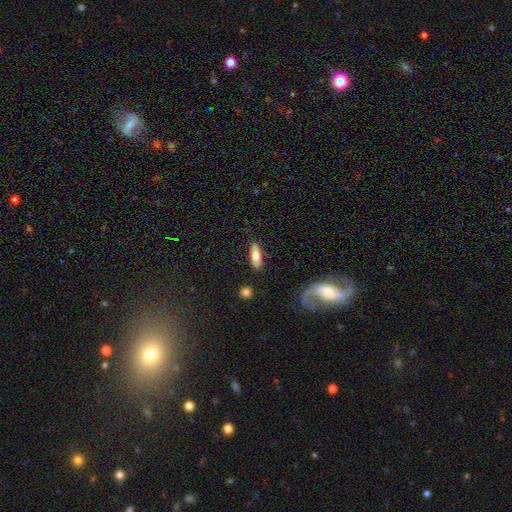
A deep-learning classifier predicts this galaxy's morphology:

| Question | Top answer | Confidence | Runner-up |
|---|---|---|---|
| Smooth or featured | smooth | 67% | featured or disk (27%) |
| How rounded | in between | 64% | cigar-shaped (33%) |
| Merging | none | 82% | minor disturbance (12%) |